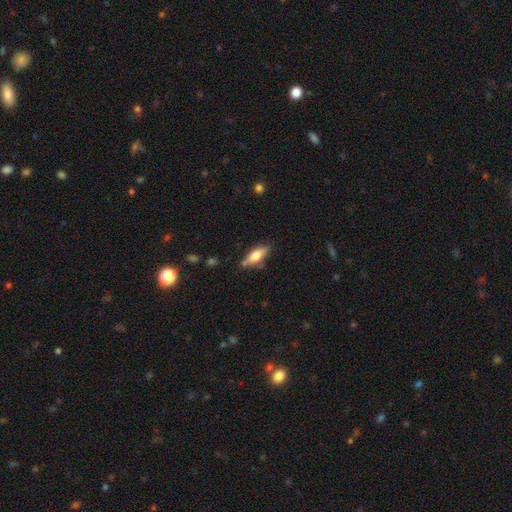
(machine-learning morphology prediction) Smooth or featured? Predicted: smooth (p=0.57). How rounded? Predicted: in between (p=0.59). Merging? Predicted: none (p=0.74).